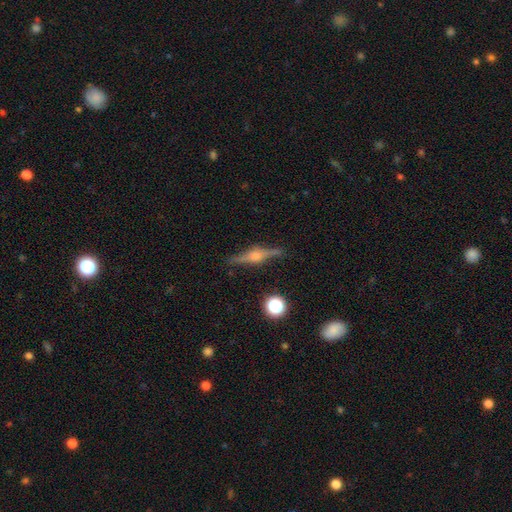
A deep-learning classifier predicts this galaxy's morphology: Overall: featured or disk (83%). Edge-on disk: yes (97%). Edge-on bulge: rounded (89%). Merging: none (88%).